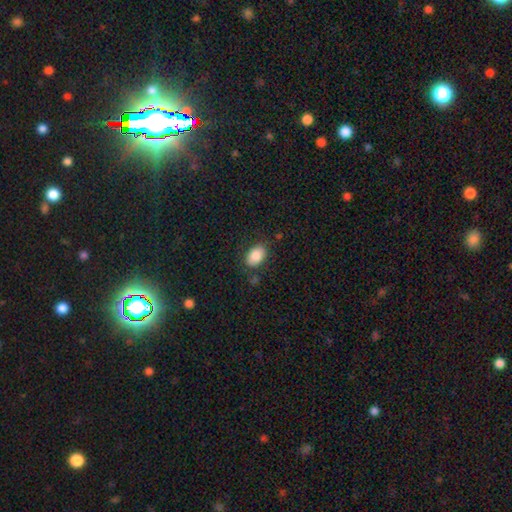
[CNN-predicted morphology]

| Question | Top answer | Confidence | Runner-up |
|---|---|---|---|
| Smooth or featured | smooth | 84% | featured or disk (8%) |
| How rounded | in between | 85% | round (14%) |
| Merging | none | 78% | minor disturbance (15%) |